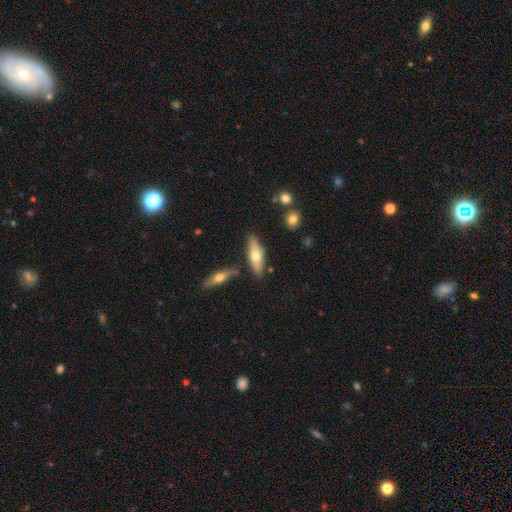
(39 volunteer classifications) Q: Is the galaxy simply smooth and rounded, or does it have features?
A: smooth — 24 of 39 (62%).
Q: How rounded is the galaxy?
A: in between — 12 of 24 (50%).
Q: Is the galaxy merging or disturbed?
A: none — 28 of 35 (80%).